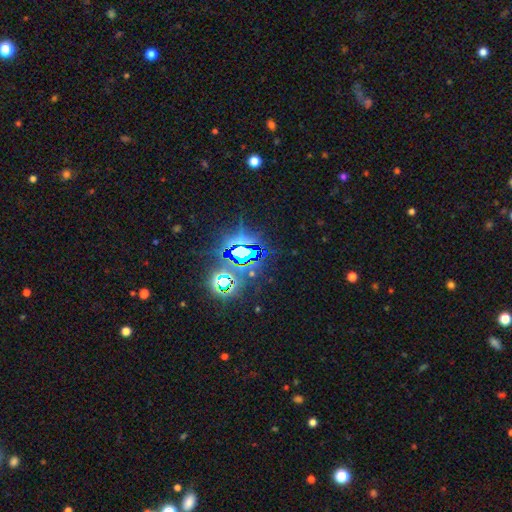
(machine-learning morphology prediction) The model was most divided on "smooth or featured": star or artifact: 82%, smooth: 10%, featured or disk: 9%.